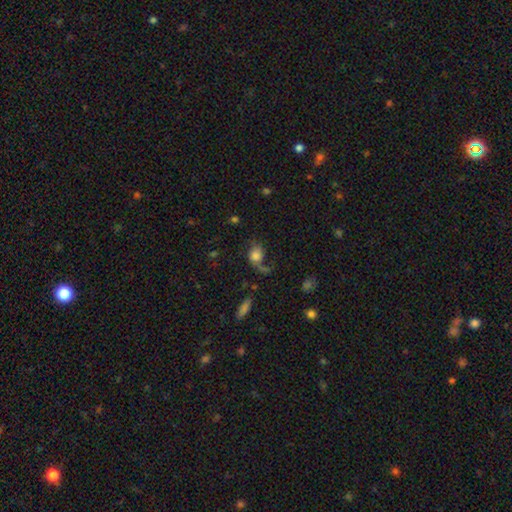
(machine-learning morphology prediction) Smooth or featured? smooth (54%)
How rounded? round (53%)
Merging? none (37%)